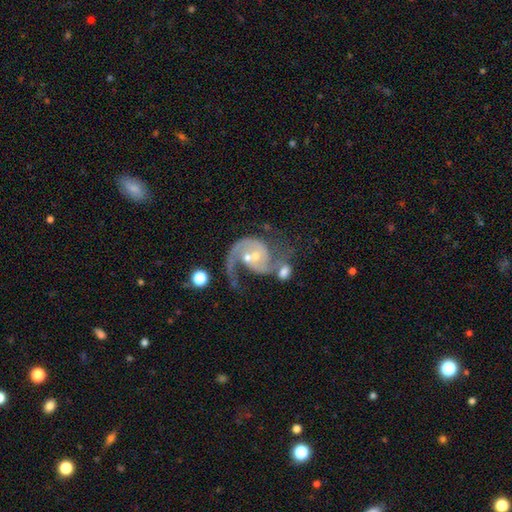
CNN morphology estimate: Smooth or featured: featured or disk — 89% (smooth — 6%)
Edge-on disk: no — 98% (yes — 2%)
Bar: no — 57% (weak — 34%)
Spiral arms: yes — 96% (no — 4%)
Spiral winding: medium — 49% (loose — 32%)
Spiral arm count: 2 — 67% (1 — 24%)
Bulge size: small — 54% (moderate — 40%)
Merging: merger — 37% (none — 29%)